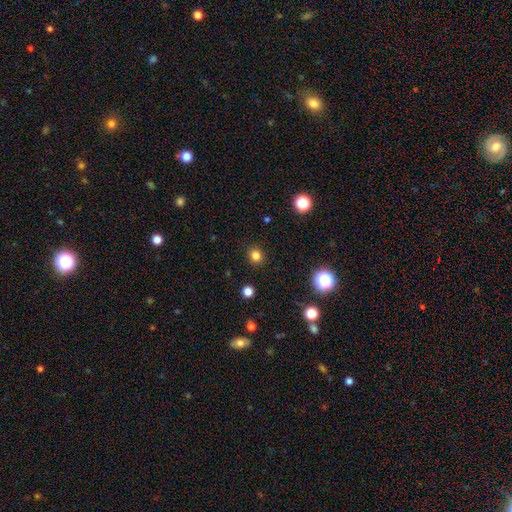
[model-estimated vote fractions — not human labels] Q: Smooth or featured?
A: smooth (81%); runner-up: star or artifact (15%)
Q: How rounded?
A: round (84%); runner-up: in between (15%)
Q: Merging?
A: none (90%); runner-up: minor disturbance (6%)